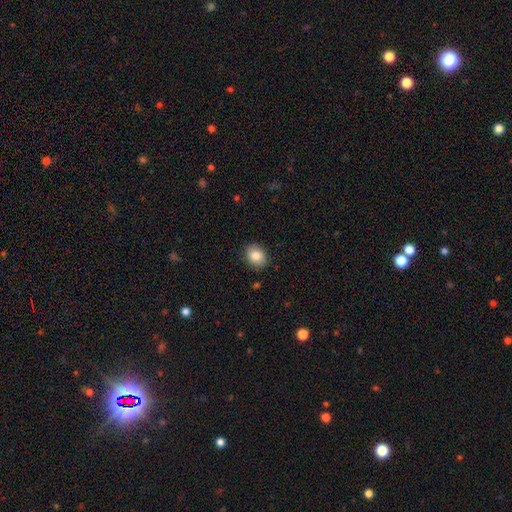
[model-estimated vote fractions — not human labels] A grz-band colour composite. It shows a smooth galaxy with no disk features (85%) that is in between round and cigar-shaped (56%). Merging: none (88%).